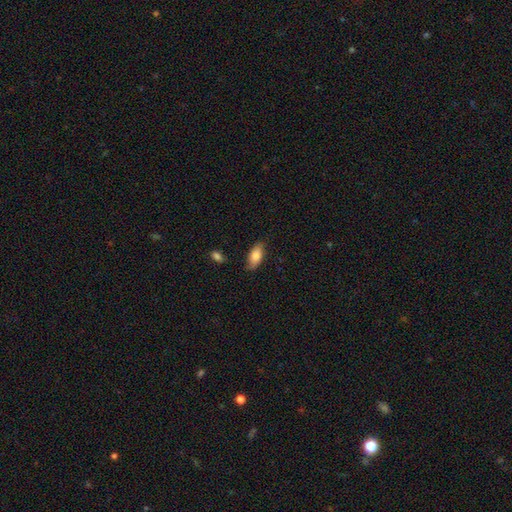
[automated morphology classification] A smooth galaxy with no disk features (83%) that is in between round and cigar-shaped (88%). Merging: none (79%).